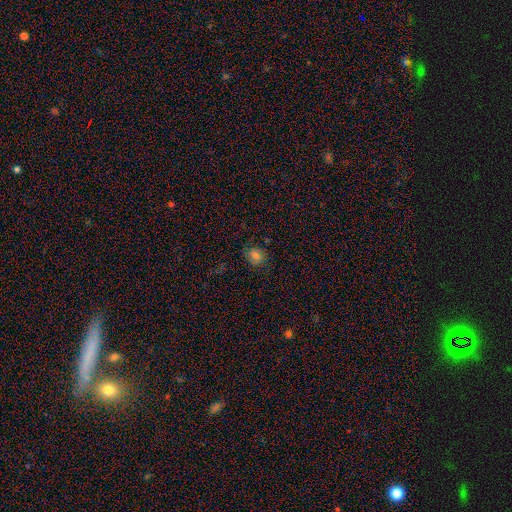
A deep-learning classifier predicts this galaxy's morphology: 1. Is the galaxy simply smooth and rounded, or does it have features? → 72% smooth, 16% star or artifact, 12% featured or disk.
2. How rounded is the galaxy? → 67% round, 32% in between, 1% cigar-shaped.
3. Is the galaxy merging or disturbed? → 77% none, 16% minor disturbance, 6% major disturbance, 1% merger.